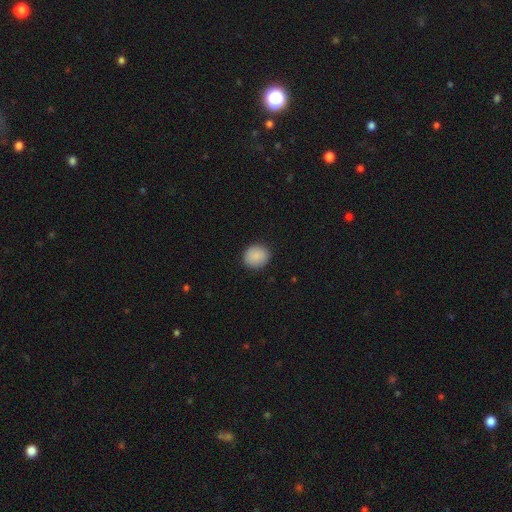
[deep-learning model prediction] A smooth galaxy with no disk features (88%) that is round (80%). Merging: none (89%).